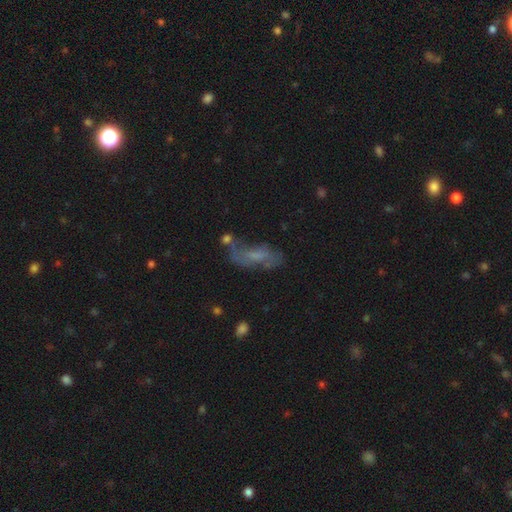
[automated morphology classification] A featured or disk galaxy (48%). Merging: none (45%).